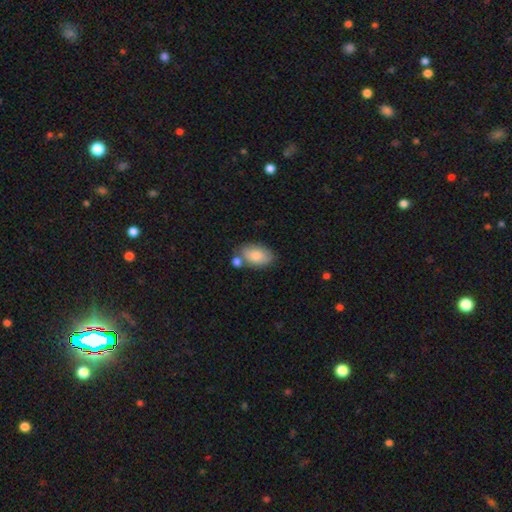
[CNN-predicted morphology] Smooth or featured? Predicted: smooth (p=0.83). How rounded? Predicted: in between (p=0.91). Merging? Predicted: none (p=0.60).